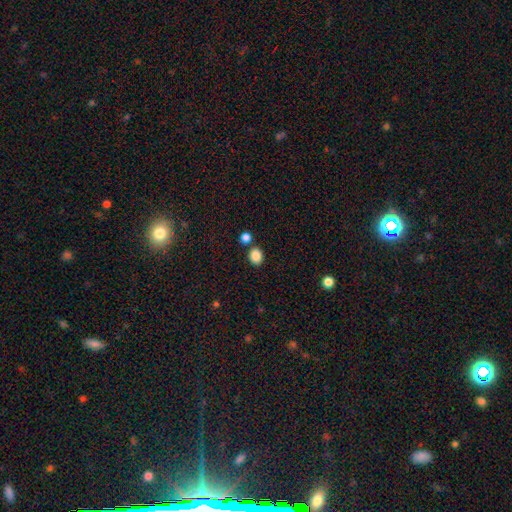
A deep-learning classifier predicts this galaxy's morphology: The model was most divided on "how rounded": round: 50%, in between: 49%, cigar-shaped: 1%. More confident: smooth or featured — smooth (87%); merging — none (77%).